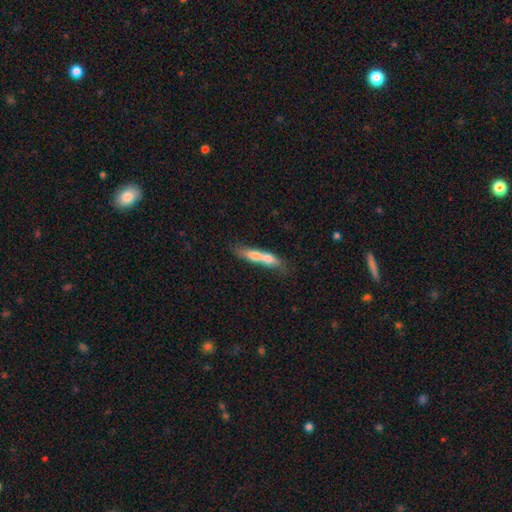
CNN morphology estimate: Smooth or featured?
  - smooth: 61% *
  - featured or disk: 31%
  - star or artifact: 7%
How rounded?
  - cigar-shaped: 73% *
  - in between: 24%
  - round: 4%
Merging?
  - merger: 56% *
  - none: 26%
  - minor disturbance: 11%
  - major disturbance: 7%